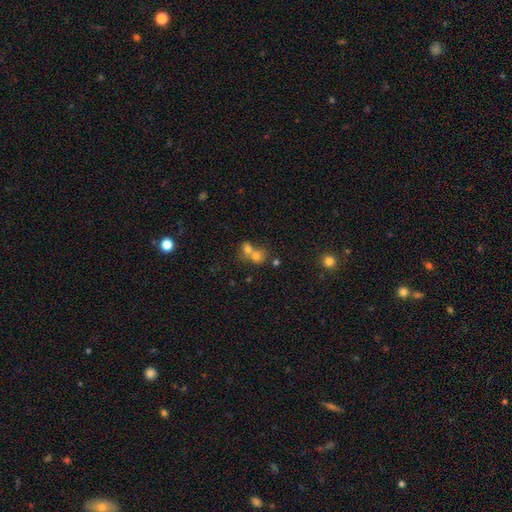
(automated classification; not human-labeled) The model was most divided on "merging": merger: 63%, none: 29%, minor disturbance: 5%, major disturbance: 3%. More confident: how rounded — round (74%); smooth or featured — smooth (71%).